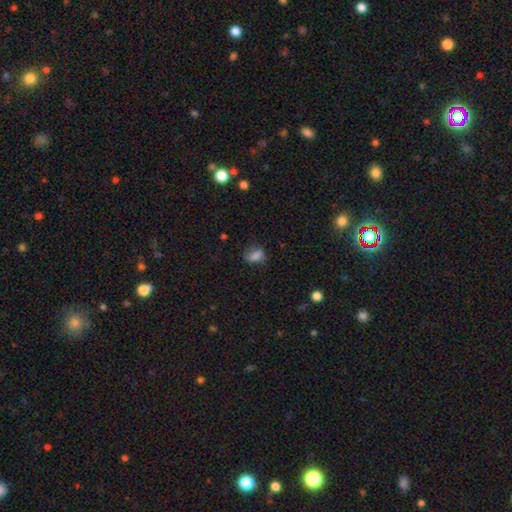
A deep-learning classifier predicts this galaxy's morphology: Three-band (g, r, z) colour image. It shows a smooth galaxy with no disk features (76%) that is in between round and cigar-shaped (75%). Merging: none (59%).